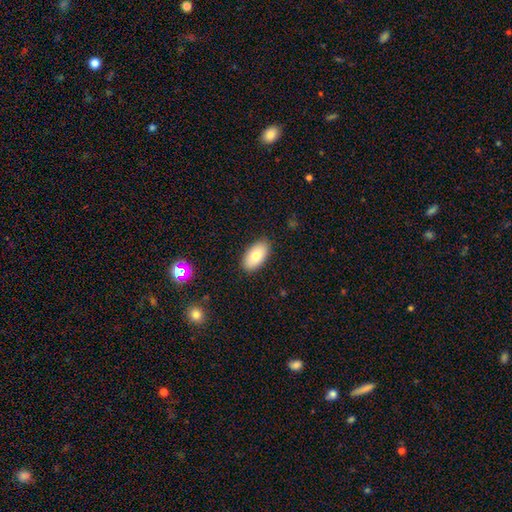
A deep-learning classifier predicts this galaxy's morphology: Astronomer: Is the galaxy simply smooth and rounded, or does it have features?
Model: smooth — 78%.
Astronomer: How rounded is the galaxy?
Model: in between — 94%.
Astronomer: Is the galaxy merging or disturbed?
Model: none — 87%.